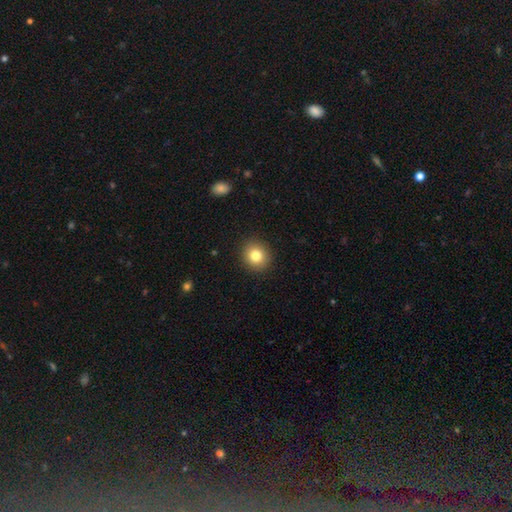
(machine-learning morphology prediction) Smooth or featured: smooth — 81% (star or artifact — 10%)
How rounded: round — 84% (in between — 15%)
Merging: none — 91% (minor disturbance — 6%)